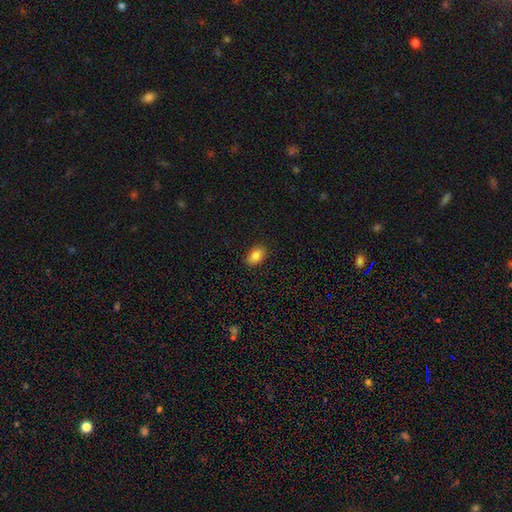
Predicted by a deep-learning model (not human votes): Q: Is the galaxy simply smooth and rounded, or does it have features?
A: smooth — 86%.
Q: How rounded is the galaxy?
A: in between — 88%.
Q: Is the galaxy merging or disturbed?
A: none — 88%.